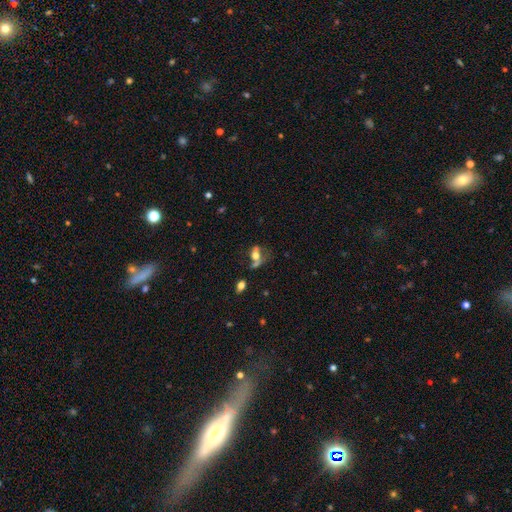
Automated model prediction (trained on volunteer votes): A smooth galaxy with no disk features (50%).

Vote fractions:
- Smooth or featured? smooth: 50% / featured or disk: 36% / star or artifact: 15%
- Merging? merger: 37% / none: 26% / major disturbance: 22% / minor disturbance: 15%